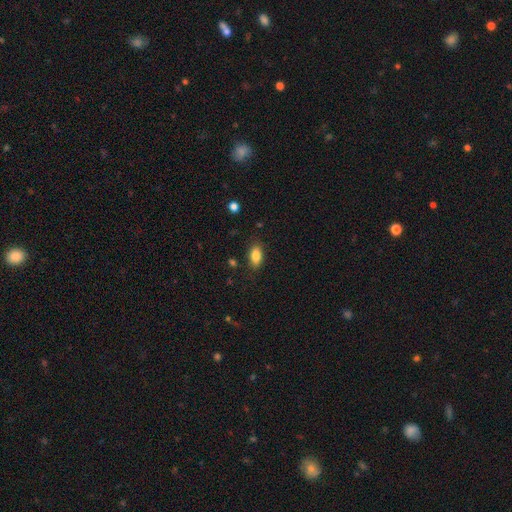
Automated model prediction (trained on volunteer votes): A smooth galaxy with no disk features (85%) that is in between round and cigar-shaped (90%).

Vote fractions:
- Smooth or featured? smooth: 85% / star or artifact: 8% / featured or disk: 7%
- How rounded? in between: 90% / cigar-shaped: 5% / round: 5%
- Merging? none: 84% / minor disturbance: 11% / major disturbance: 3% / merger: 2%